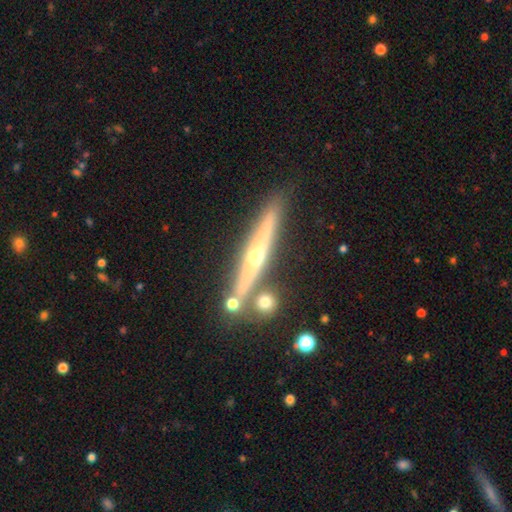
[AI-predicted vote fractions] A featured or disk galaxy (73%) viewed edge-on (95%) with a rounded central bulge (89%). Merging: none (79%).